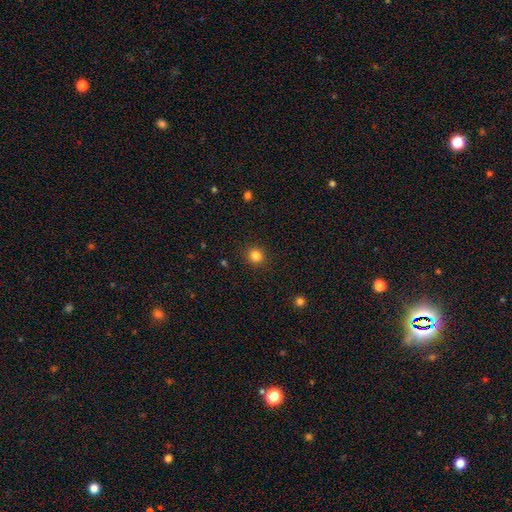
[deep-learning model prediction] A smooth galaxy with no disk features (83%) that is round (89%).

Vote fractions:
- Smooth or featured? smooth: 83% / star or artifact: 13% / featured or disk: 4%
- How rounded? round: 89% / in between: 10% / cigar-shaped: 1%
- Merging? none: 91% / minor disturbance: 6% / major disturbance: 2% / merger: 1%